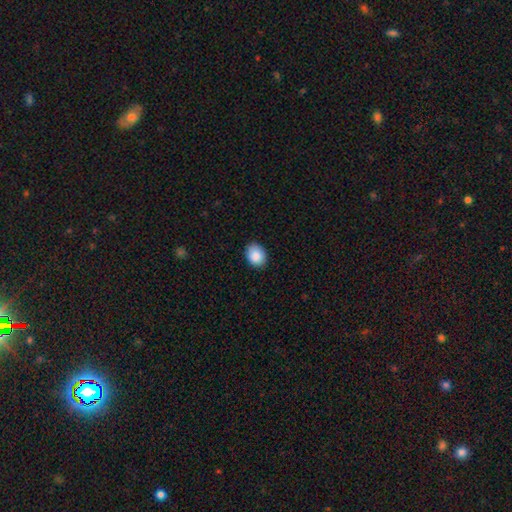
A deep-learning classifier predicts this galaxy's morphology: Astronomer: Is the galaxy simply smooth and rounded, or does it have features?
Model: smooth — 89%.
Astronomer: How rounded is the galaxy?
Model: in between — 60% (runner-up: round, 39%).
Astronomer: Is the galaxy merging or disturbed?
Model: none — 86%.